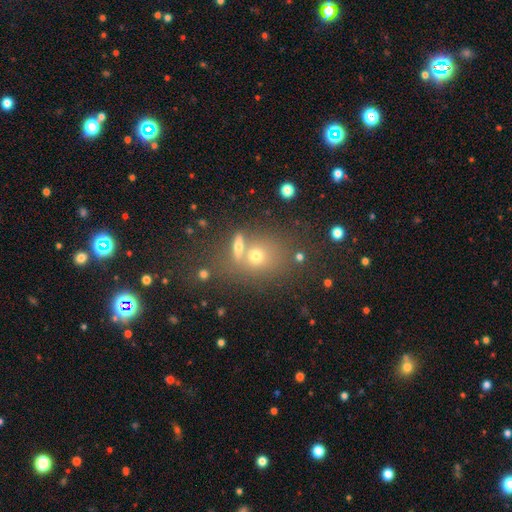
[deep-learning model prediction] This is possibly a smooth galaxy (53%). How rounded: likely round (62%). Merging: possibly none (50%).